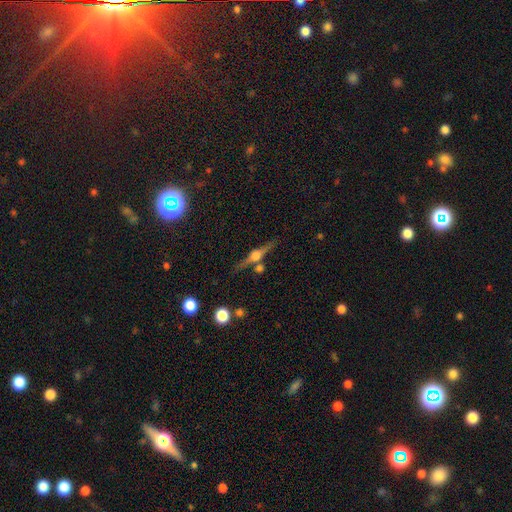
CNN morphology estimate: smooth_or_featured: featured or disk (p=0.80) [alt: smooth p=0.13]
disk_edge_on: yes (p=0.97) [alt: no p=0.03]
edge_on_bulge: rounded (p=0.94) [alt: boxy p=0.05]
merging: none (p=0.78) [alt: minor disturbance p=0.10]